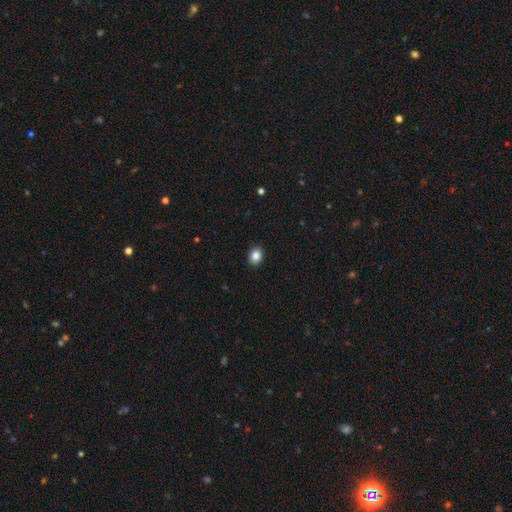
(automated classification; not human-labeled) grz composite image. It shows a smooth galaxy with no disk features (86%) that is round (53%). Merging: none (91%).